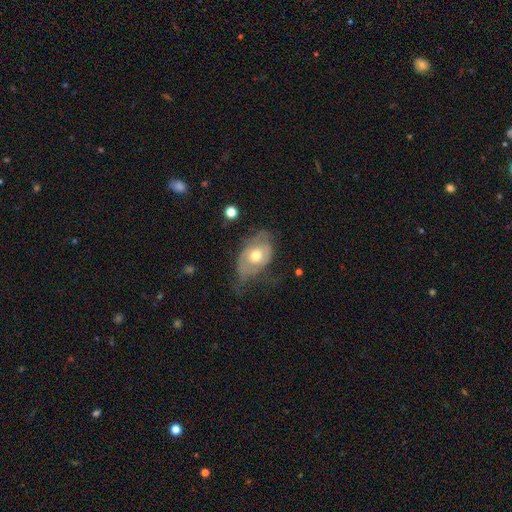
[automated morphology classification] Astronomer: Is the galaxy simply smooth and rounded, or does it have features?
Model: featured or disk — 51% (runner-up: smooth, 42%).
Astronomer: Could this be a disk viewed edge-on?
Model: no — 92%.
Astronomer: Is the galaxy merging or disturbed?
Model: none — 36% (runner-up: minor disturbance, 32%).